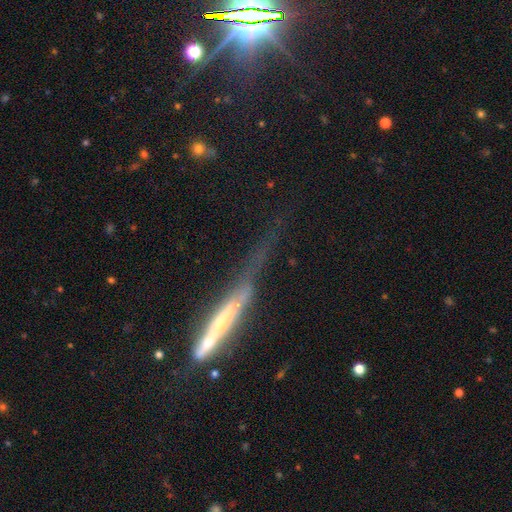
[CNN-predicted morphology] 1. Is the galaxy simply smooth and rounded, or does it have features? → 60% featured or disk, 25% smooth, 16% star or artifact.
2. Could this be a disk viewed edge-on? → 84% yes, 16% no.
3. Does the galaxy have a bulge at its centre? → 54% none, 29% rounded, 17% boxy.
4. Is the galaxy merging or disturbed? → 34% none, 29% minor disturbance, 28% major disturbance, 9% merger.